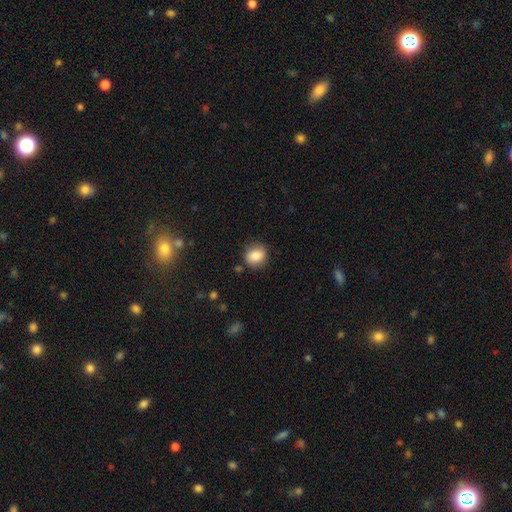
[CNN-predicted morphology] This is clearly a smooth galaxy (84%). How rounded: likely round (71%). Merging: clearly none (82%).